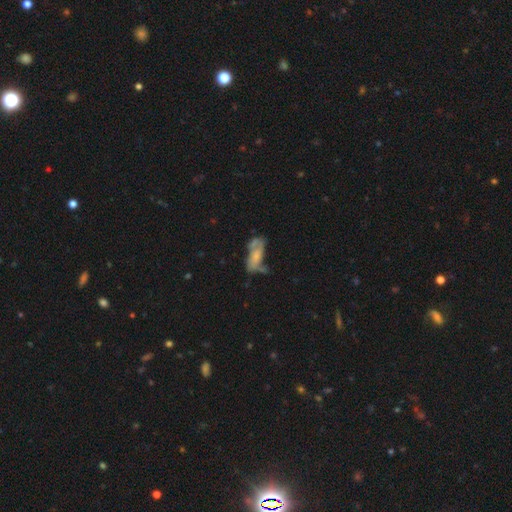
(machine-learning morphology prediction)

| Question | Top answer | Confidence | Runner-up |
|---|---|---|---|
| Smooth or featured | featured or disk | 47% | smooth (43%) |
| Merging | none | 30% | major disturbance (29%) |